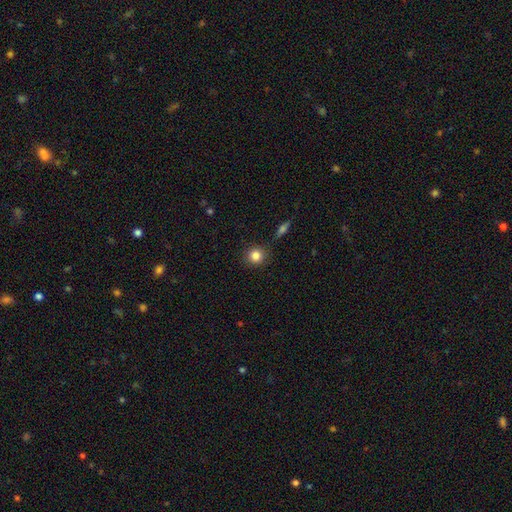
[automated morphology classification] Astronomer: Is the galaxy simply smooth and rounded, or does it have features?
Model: smooth — 84%.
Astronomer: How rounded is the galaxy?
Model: round — 89%.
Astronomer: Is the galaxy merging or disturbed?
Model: none — 86%.